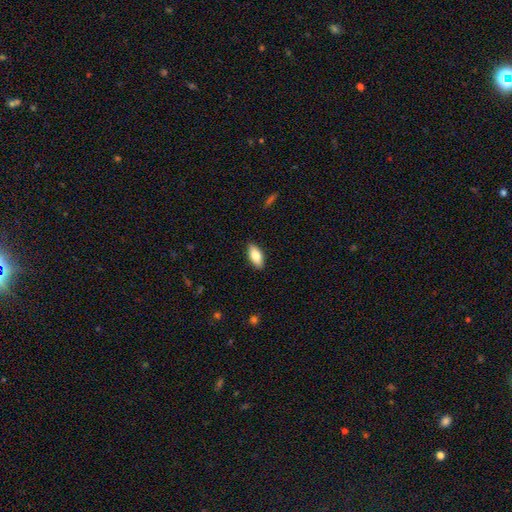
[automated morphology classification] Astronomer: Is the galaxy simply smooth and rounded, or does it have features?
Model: smooth — 79%.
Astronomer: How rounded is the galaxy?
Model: in between — 87%.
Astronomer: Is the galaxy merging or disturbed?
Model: none — 89%.